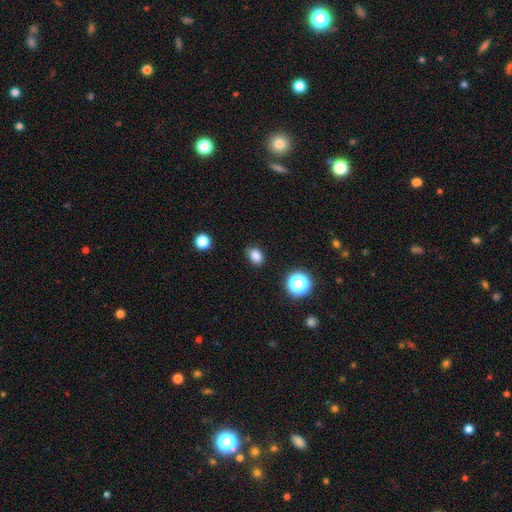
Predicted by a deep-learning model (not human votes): A smooth galaxy with no disk features (84%) that is in between round and cigar-shaped (63%).

Vote fractions:
- Smooth or featured? smooth: 84% / star or artifact: 12% / featured or disk: 4%
- How rounded? in between: 63% / round: 36% / cigar-shaped: 1%
- Merging? none: 85% / minor disturbance: 11% / major disturbance: 3% / merger: 1%